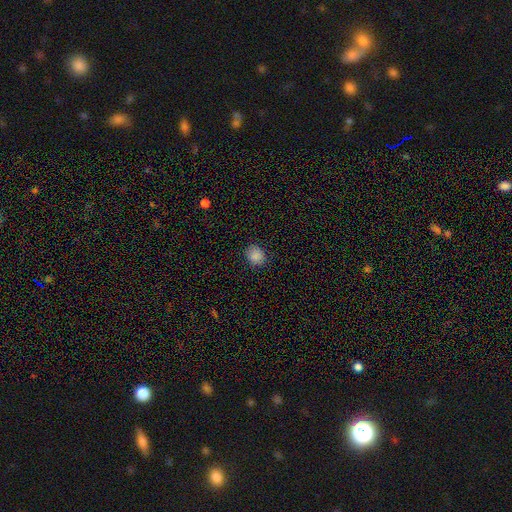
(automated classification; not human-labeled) smooth_or_featured: smooth (p=0.86) [alt: star or artifact p=0.10]
how_rounded: round (p=0.75) [alt: in between p=0.24]
merging: none (p=0.87) [alt: minor disturbance p=0.09]